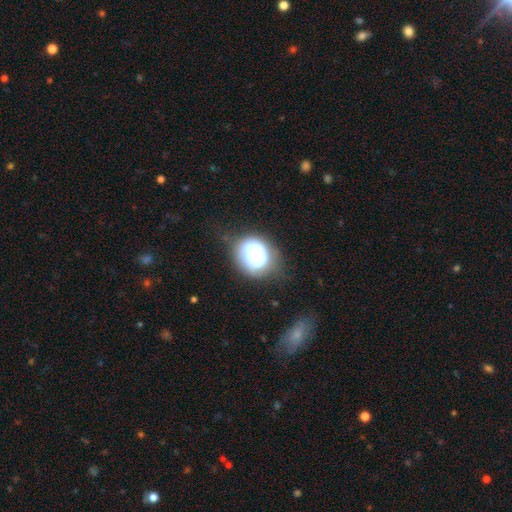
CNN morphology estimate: This is possibly a smooth galaxy (46%). Merging: possibly none (54%).